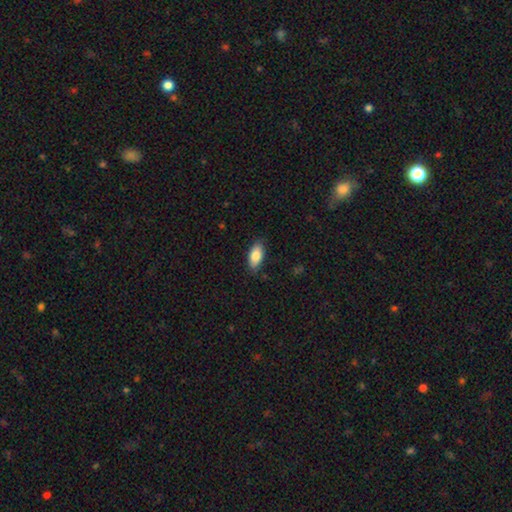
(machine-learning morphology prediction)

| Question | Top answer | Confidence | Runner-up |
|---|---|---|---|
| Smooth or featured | smooth | 84% | featured or disk (9%) |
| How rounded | in between | 89% | cigar-shaped (8%) |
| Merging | none | 85% | minor disturbance (12%) |